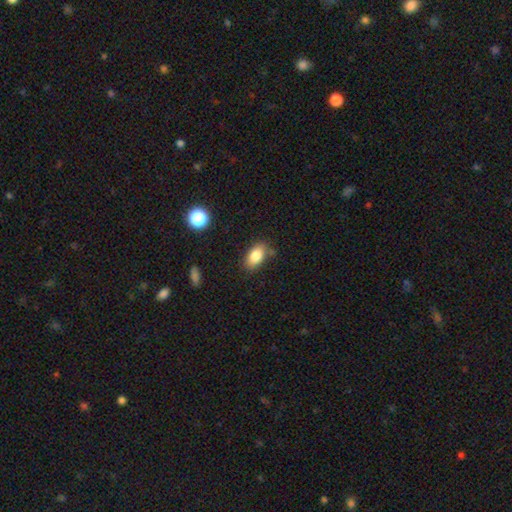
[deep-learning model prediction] Smooth or featured? Predicted: smooth (p=0.83). How rounded? Predicted: in between (p=0.90). Merging? Predicted: none (p=0.80).